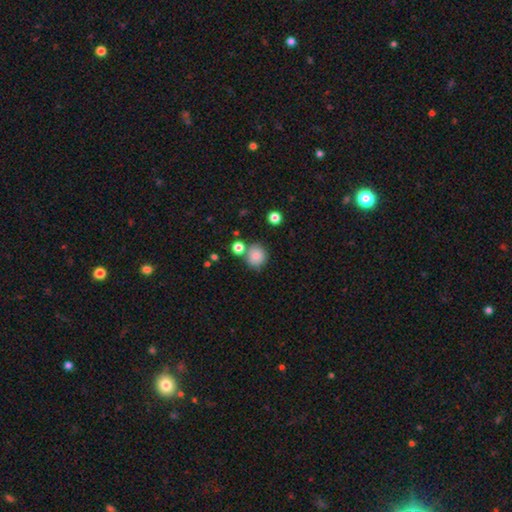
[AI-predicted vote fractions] The model was most divided on "merging": none: 72%, merger: 14%, minor disturbance: 11%, major disturbance: 3%. More confident: how rounded — round (87%); smooth or featured — smooth (84%).